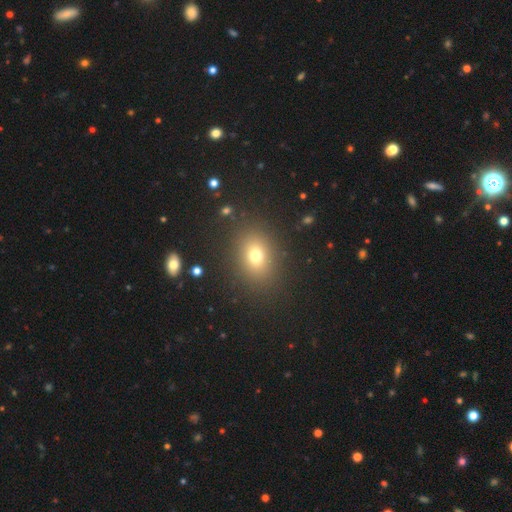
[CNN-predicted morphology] smooth_or_featured: smooth (p=0.73) [alt: star or artifact p=0.16]
how_rounded: in between (p=0.60) [alt: round p=0.38]
merging: none (p=0.87) [alt: minor disturbance p=0.08]